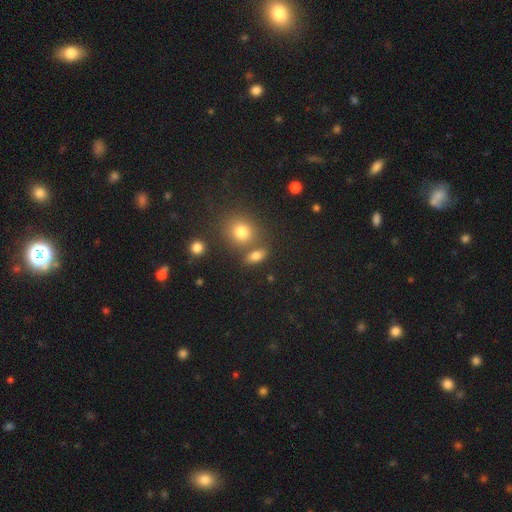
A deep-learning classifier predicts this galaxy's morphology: type=smooth (77%); roundness=in between (69%); merging=none (67%).